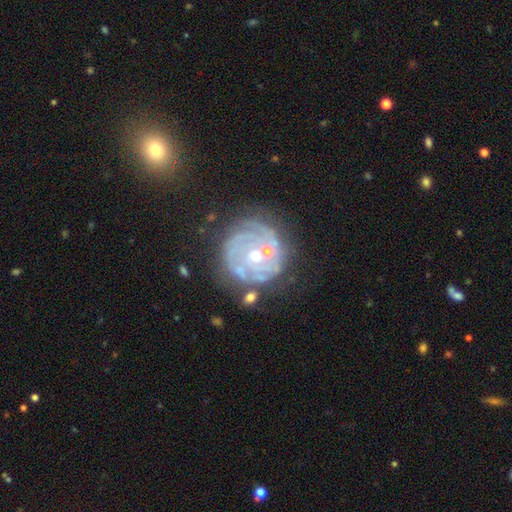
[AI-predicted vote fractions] A featured or disk galaxy (80%) with no bar (76%), tight (76%) spiral arms (87%) and a moderate central bulge (49%).

Vote fractions:
- Smooth or featured? featured or disk: 80% / smooth: 11% / star or artifact: 9%
- Edge-on disk? no: 98% / yes: 2%
- Bar? no: 76% / weak: 18% / strong: 5%
- Spiral arms? yes: 87% / no: 13%
- Spiral winding? tight: 76% / medium: 18% / loose: 6%
- Spiral arm count? can't tell: 40% / 3: 19% / 2: 16% / 4: 11% / more than 4: 8% / 1: 6%
- Bulge size? moderate: 49% / small: 47% / large: 2% / none: 1% / dominant: 1%
- Merging? none: 66% / minor disturbance: 18% / major disturbance: 10% / merger: 6%